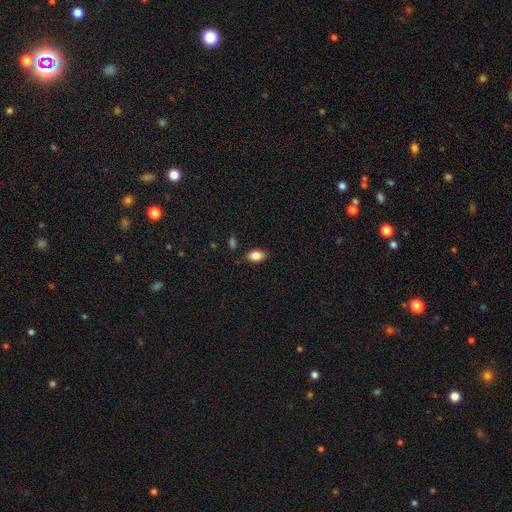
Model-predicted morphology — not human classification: smooth_or_featured: smooth (p=0.85) [alt: star or artifact p=0.08]
how_rounded: in between (p=0.91) [alt: round p=0.07]
merging: none (p=0.80) [alt: minor disturbance p=0.14]